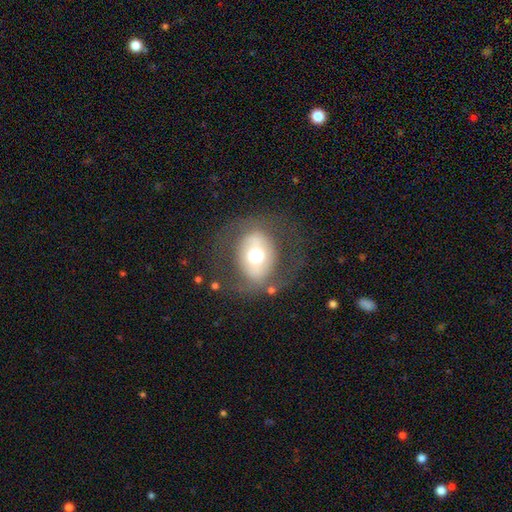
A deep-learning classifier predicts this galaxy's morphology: The model was most divided on "smooth or featured": smooth: 47%, featured or disk: 43%, star or artifact: 10%. More confident: merging — none (70%).